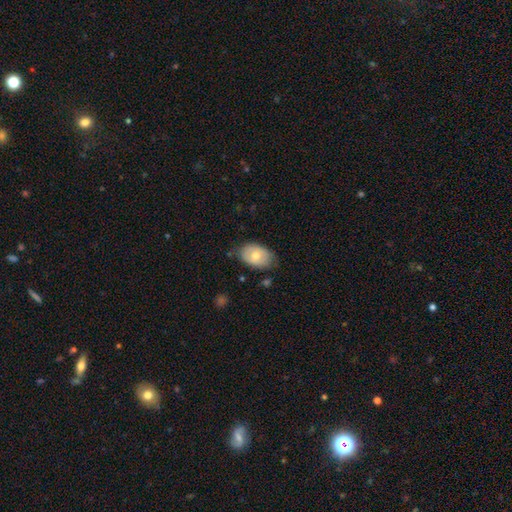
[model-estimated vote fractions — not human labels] The model was most divided on "smooth or featured": smooth: 65%, featured or disk: 28%, star or artifact: 6%. More confident: how rounded — in between (88%); merging — none (69%).